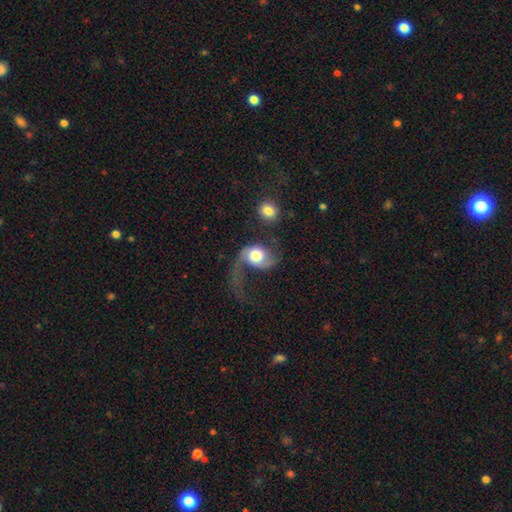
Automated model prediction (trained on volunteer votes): Morphology: type=featured or disk (58%); edge-on=no (97%); bar=no (75%); spiral arms=yes (84%); bulge=moderate (43%); merging=major disturbance (56%).